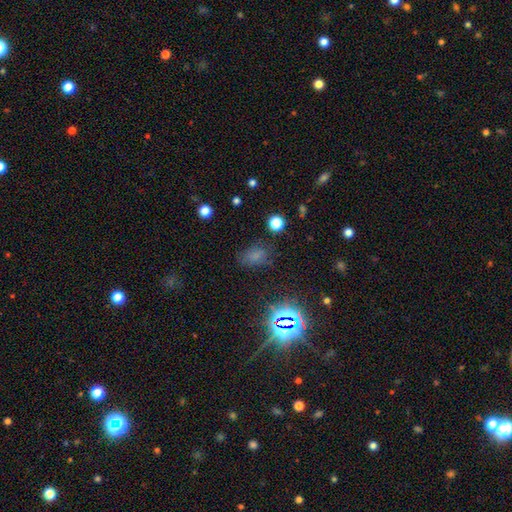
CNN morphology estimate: This appears to be a smooth galaxy with no disk features (60%) that is in between round and cigar-shaped (81%). Merging: none (71%).